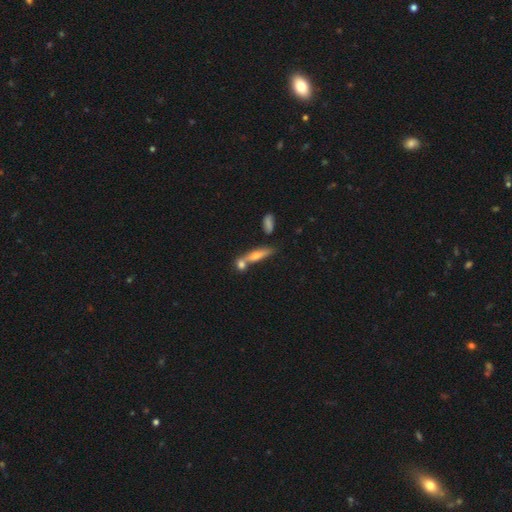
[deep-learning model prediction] Smooth or featured? Predicted: featured or disk (p=0.46). Merging? Predicted: none (p=0.54).